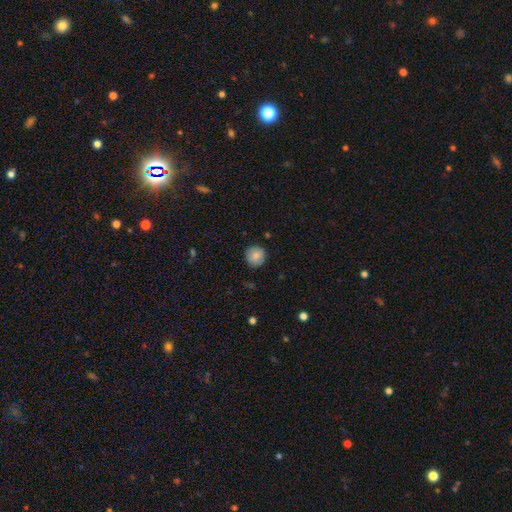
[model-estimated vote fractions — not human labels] Morphology: type=smooth (81%); roundness=round (91%); merging=none (83%).